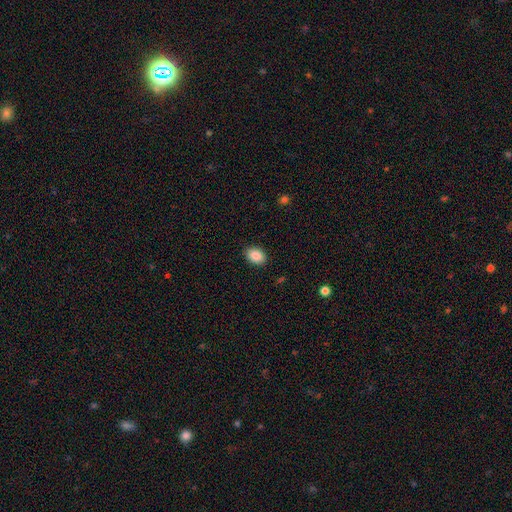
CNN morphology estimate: Q: Smooth or featured?
A: smooth (88%); runner-up: star or artifact (8%)
Q: How rounded?
A: in between (70%); runner-up: round (29%)
Q: Merging?
A: none (89%); runner-up: minor disturbance (8%)